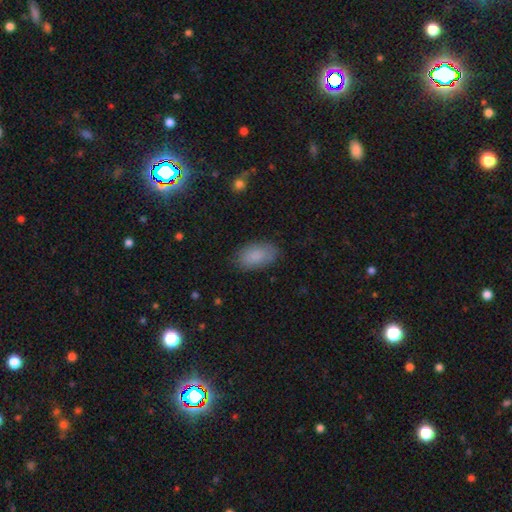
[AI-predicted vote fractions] This appears to be a smooth galaxy with no disk features (86%) that is in between round and cigar-shaped (94%). Merging: none (83%).